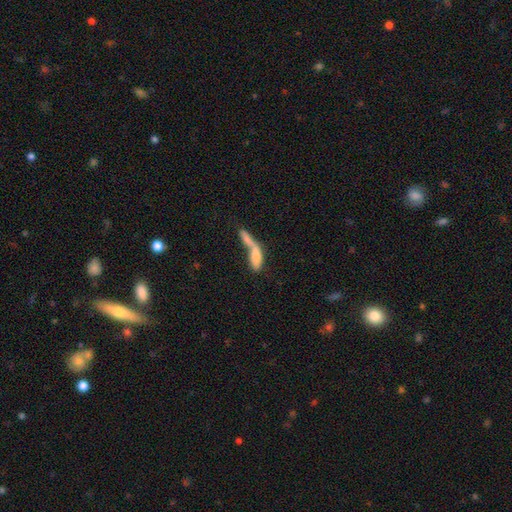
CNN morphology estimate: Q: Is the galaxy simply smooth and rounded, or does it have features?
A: smooth — 69%.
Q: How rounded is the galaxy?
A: in between — 55%.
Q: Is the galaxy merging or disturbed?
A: merger — 68%.